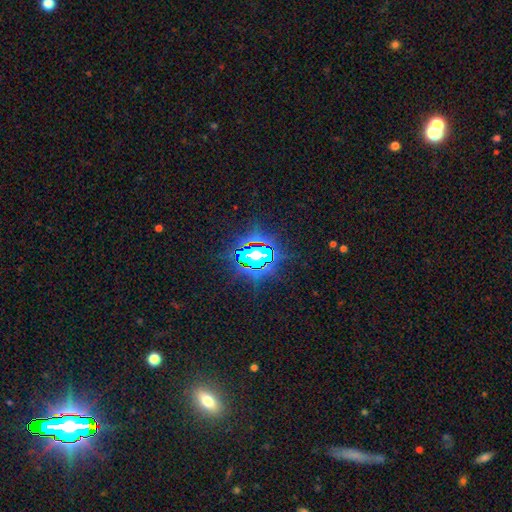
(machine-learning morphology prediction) Q: Smooth or featured?
A: star or artifact (82%); runner-up: smooth (11%)